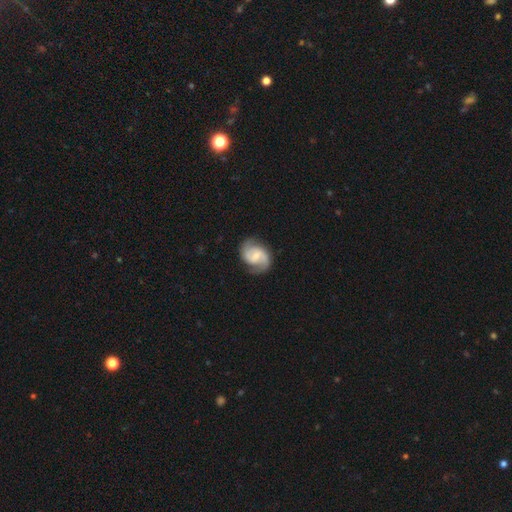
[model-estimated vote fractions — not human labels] A featured or disk galaxy (82%) with a weak bar (54%), 2 (90%) medium (54%) spiral arms (96%) and a small central bulge (46%).

Vote fractions:
- Smooth or featured? featured or disk: 82% / smooth: 13% / star or artifact: 5%
- Edge-on disk? no: 98% / yes: 2%
- Bar? weak: 54% / no: 33% / strong: 13%
- Spiral arms? yes: 96% / no: 4%
- Spiral winding? medium: 54% / tight: 25% / loose: 21%
- Spiral arm count? 2: 90% / can't tell: 4% / 1: 2% / 3: 1% / 4: 1% / more than 4: 1%
- Bulge size? small: 46% / moderate: 35% / none: 14% / large: 4% / dominant: 1%
- Merging? none: 78% / minor disturbance: 16% / major disturbance: 5% / merger: 1%